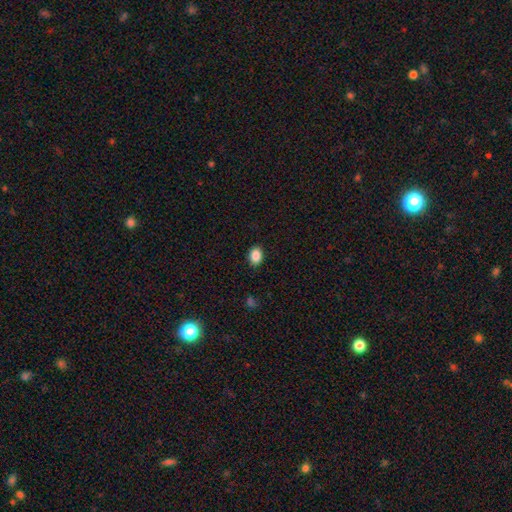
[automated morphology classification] smooth-or-featured: smooth: 87% | star or artifact: 9% | featured or disk: 4%
  how-rounded: in between: 71% | round: 28% | cigar-shaped: 1%
  merging: none: 89% | minor disturbance: 8% | major disturbance: 2% | merger: 1%